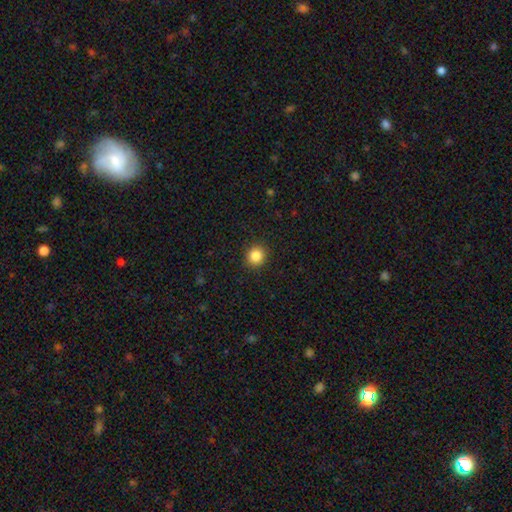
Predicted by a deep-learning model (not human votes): Overall: smooth (86%). How rounded: round (88%). Merging: none (91%).